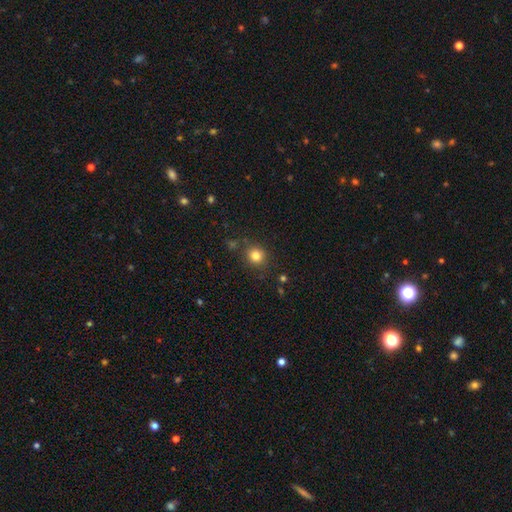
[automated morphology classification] This appears to be a smooth galaxy with no disk features (81%) that is round (86%). Merging: none (83%).